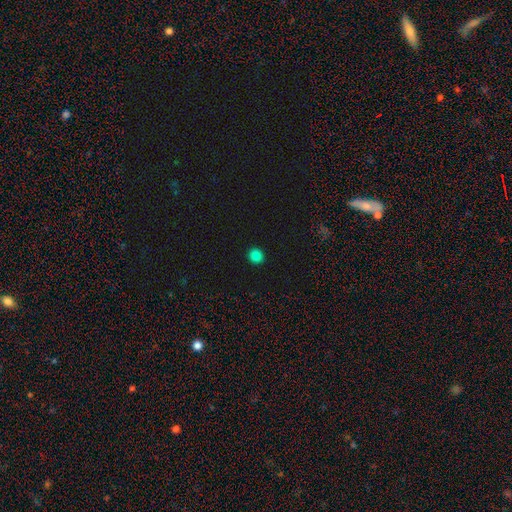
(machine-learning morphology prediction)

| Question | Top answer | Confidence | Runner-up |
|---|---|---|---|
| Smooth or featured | smooth | 84% | star or artifact (13%) |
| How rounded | round | 88% | in between (11%) |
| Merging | none | 93% | minor disturbance (5%) |